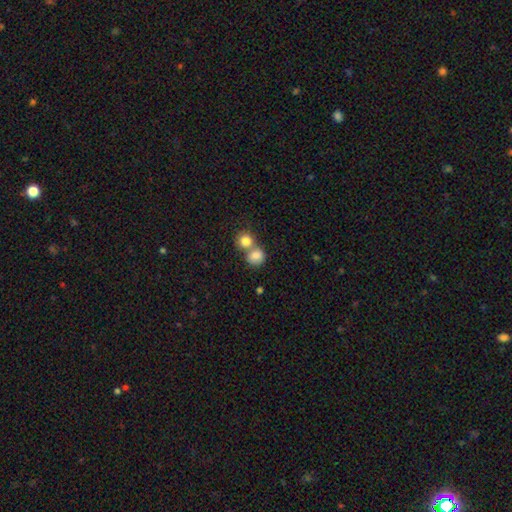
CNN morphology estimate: Smooth or featured? Predicted: smooth (p=0.82). How rounded? Predicted: round (p=0.75). Merging? Predicted: merger (p=0.54).